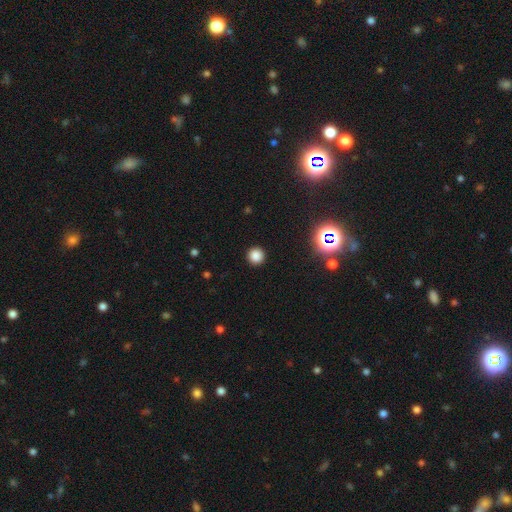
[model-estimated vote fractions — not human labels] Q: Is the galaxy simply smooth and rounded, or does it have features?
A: smooth — 82%.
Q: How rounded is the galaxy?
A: round — 95%.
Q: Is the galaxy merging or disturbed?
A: none — 92%.